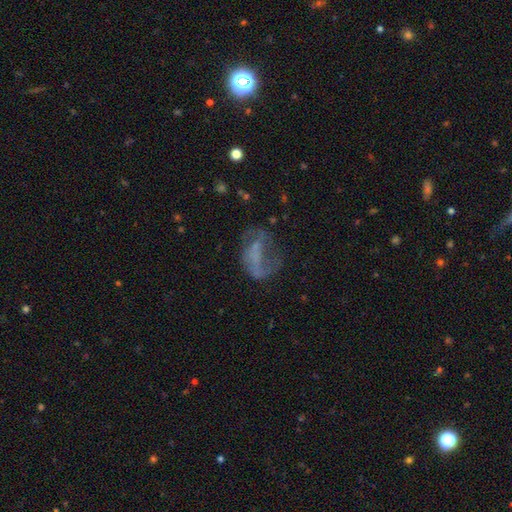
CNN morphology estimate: This is possibly a featured or disk galaxy (55%). It is clearly not viewed edge-on (97%). Bar: likely no (66%). Spiral arm pattern: possibly no (53%). Central bulge: likely none (67%). Merging: marginally major disturbance (43%).